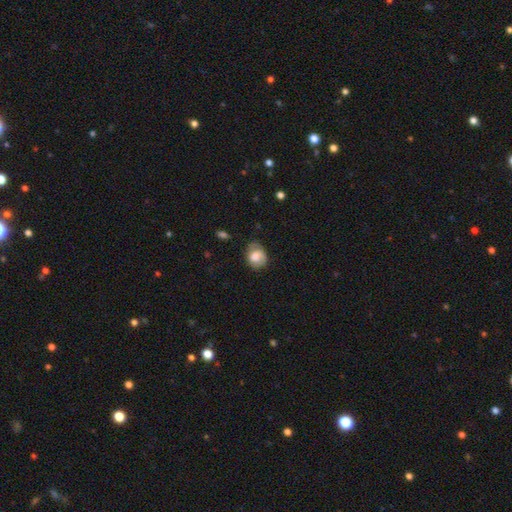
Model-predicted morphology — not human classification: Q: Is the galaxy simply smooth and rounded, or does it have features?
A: smooth — 70%.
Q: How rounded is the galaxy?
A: round — 54%.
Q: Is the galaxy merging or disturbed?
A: none — 59%.